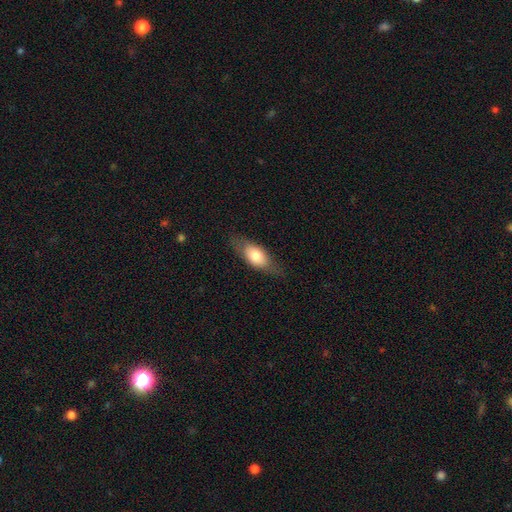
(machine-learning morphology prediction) Smooth or featured? smooth (67%)
How rounded? in between (78%)
Merging? none (74%)